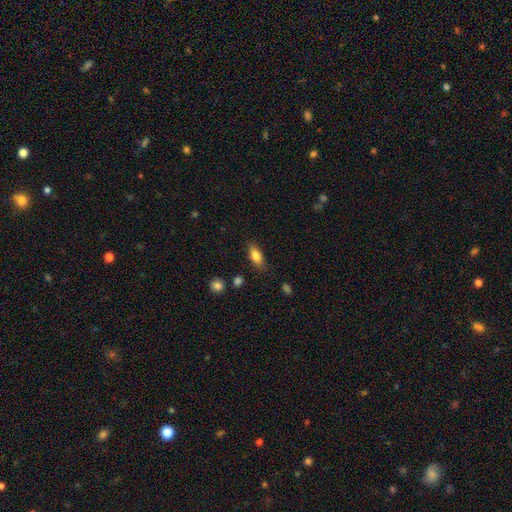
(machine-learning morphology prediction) This is clearly a smooth galaxy (82%). How rounded: clearly in between (81%). Merging: clearly none (80%).